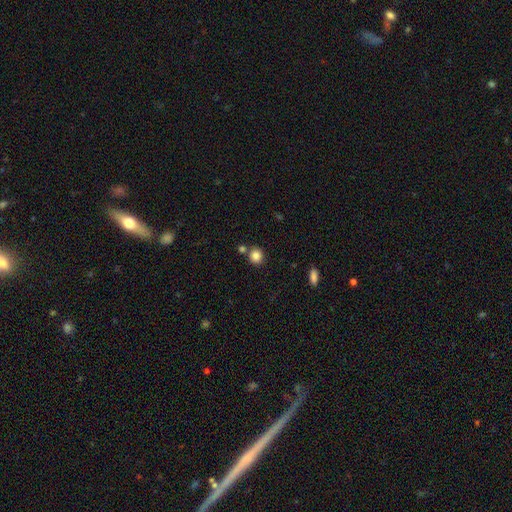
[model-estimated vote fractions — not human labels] Smooth or featured?
  - smooth: 84% *
  - star or artifact: 10%
  - featured or disk: 5%
How rounded?
  - round: 85% *
  - in between: 14%
  - cigar-shaped: 1%
Merging?
  - none: 73% *
  - merger: 15%
  - minor disturbance: 9%
  - major disturbance: 3%